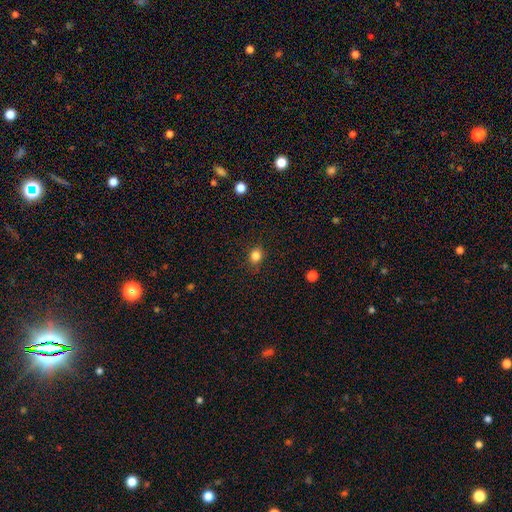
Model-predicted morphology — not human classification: A smooth galaxy with no disk features (83%) that is round (71%).

Vote fractions:
- Smooth or featured? smooth: 83% / star or artifact: 12% / featured or disk: 5%
- How rounded? round: 71% / in between: 28% / cigar-shaped: 1%
- Merging? none: 86% / minor disturbance: 10% / major disturbance: 3% / merger: 1%